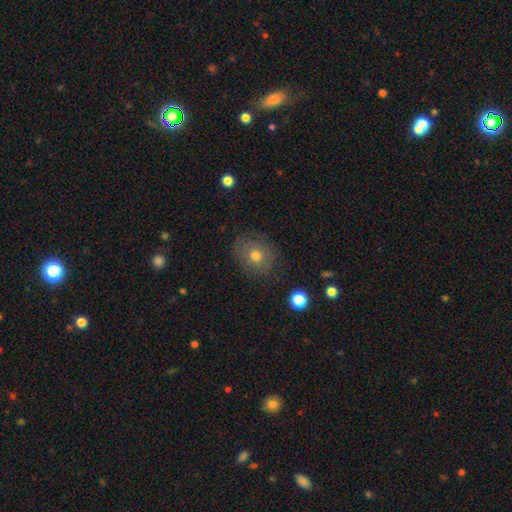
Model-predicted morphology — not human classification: Smooth or featured: smooth — 70% (featured or disk — 18%)
How rounded: round — 71% (in between — 28%)
Merging: none — 81% (minor disturbance — 13%)